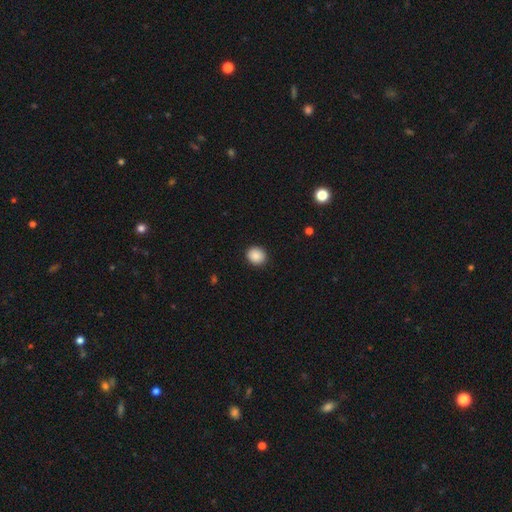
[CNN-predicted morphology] Smooth or featured? Predicted: smooth (p=0.89). How rounded? Predicted: round (p=0.74). Merging? Predicted: none (p=0.91).